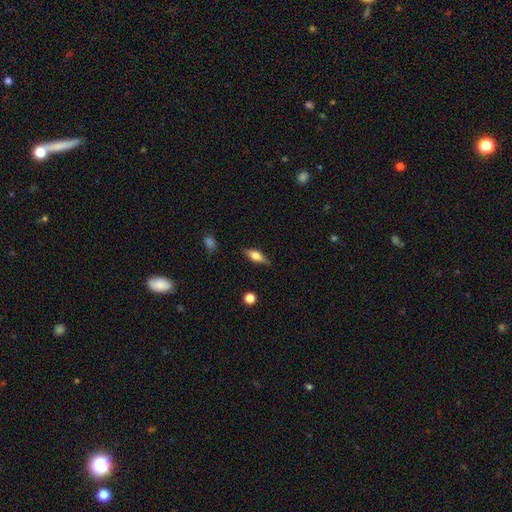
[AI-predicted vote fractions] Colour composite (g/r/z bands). It shows a smooth galaxy with no disk features (59%) that is in between round and cigar-shaped (65%). Merging: none (81%).